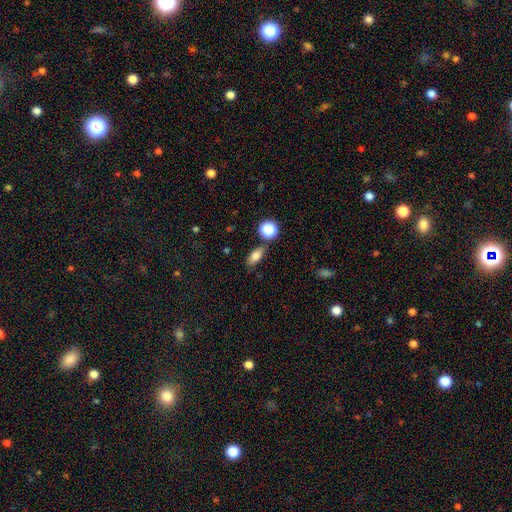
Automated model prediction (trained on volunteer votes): Q: Smooth or featured?
A: smooth (78%); runner-up: star or artifact (12%)
Q: How rounded?
A: in between (80%); runner-up: round (12%)
Q: Merging?
A: none (75%); runner-up: minor disturbance (15%)